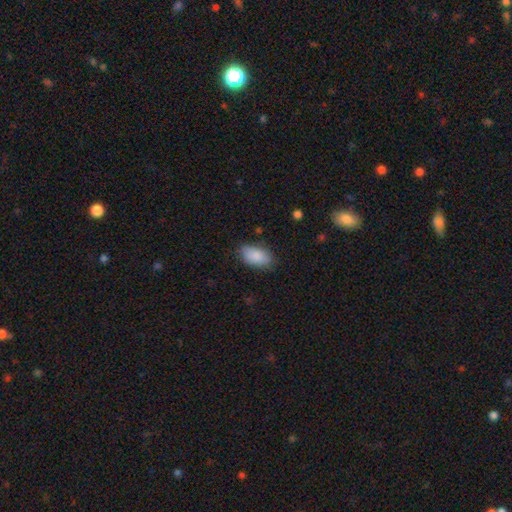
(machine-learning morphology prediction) smooth 88%, star or artifact 6%, featured or disk 6%. Down the decision tree: how rounded — in between (93%); merging — none (80%).